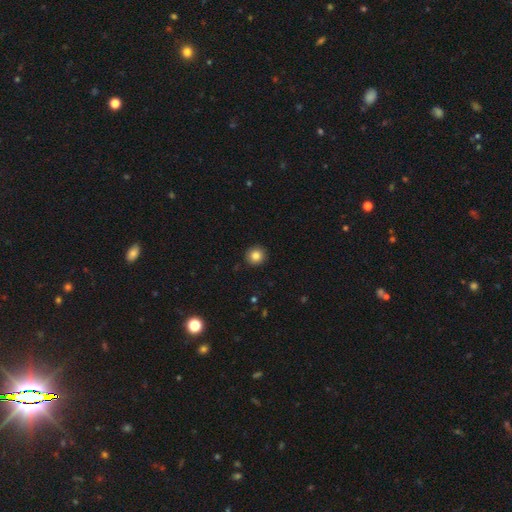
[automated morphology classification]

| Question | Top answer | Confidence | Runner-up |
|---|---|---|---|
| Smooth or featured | smooth | 84% | star or artifact (10%) |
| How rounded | round | 94% | in between (5%) |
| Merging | none | 92% | minor disturbance (5%) |